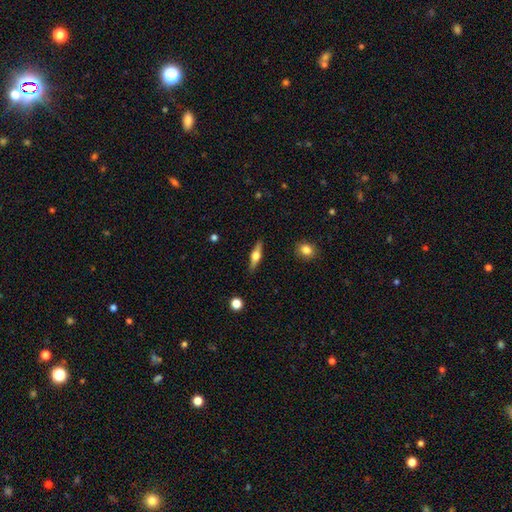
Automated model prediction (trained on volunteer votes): The model was most divided on "smooth or featured": featured or disk: 61%, smooth: 34%, star or artifact: 6%. More confident: edge-on disk — yes (96%); edge-on bulge — rounded (93%); merging — none (89%).